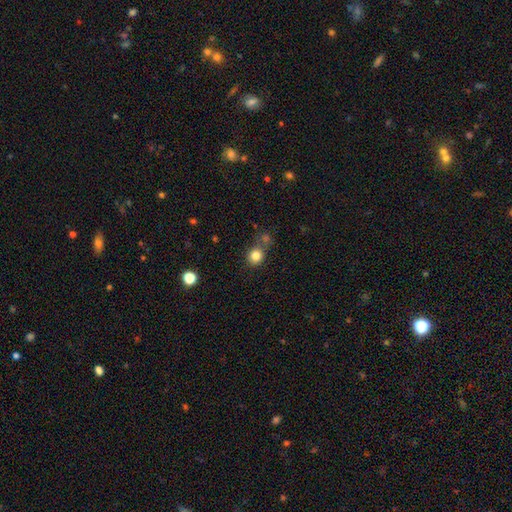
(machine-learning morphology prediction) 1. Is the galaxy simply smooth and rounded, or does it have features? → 83% smooth, 12% star or artifact, 6% featured or disk.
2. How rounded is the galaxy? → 84% round, 15% in between, 1% cigar-shaped.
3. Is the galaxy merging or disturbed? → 67% none, 17% merger, 12% minor disturbance, 4% major disturbance.